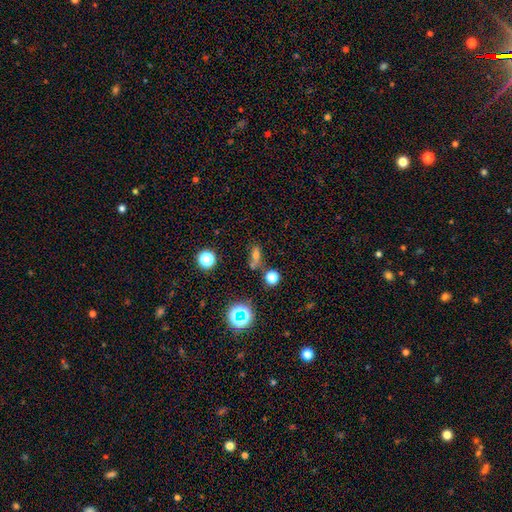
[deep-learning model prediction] Q: Smooth or featured?
A: smooth (56%); runner-up: star or artifact (27%)
Q: How rounded?
A: in between (50%); runner-up: round (29%)
Q: Merging?
A: none (55%); runner-up: minor disturbance (18%)